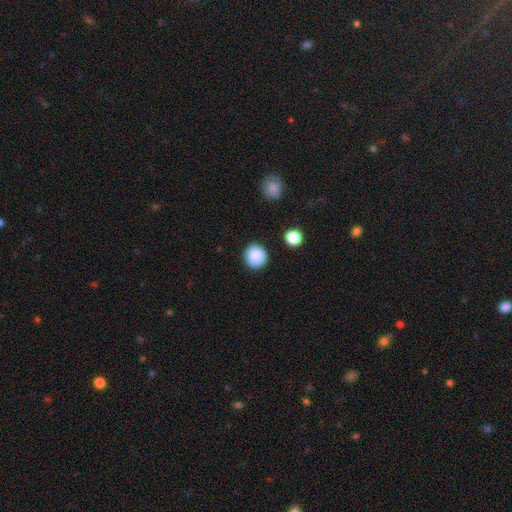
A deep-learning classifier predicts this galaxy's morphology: A smooth galaxy with no disk features (88%) that is round (91%). Merging: none (89%).